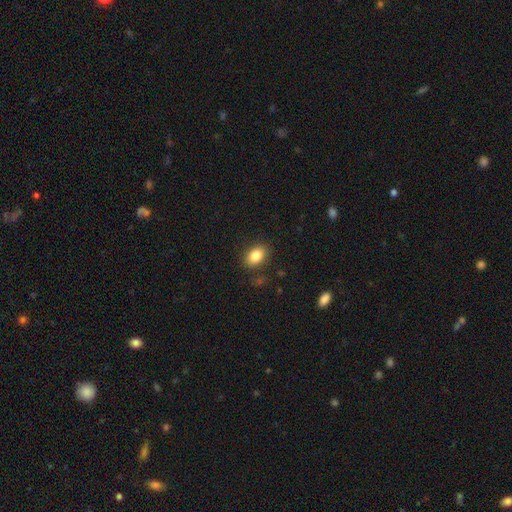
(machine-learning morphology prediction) smooth-or-featured: smooth: 85% | star or artifact: 9% | featured or disk: 7%
  how-rounded: in between: 81% | round: 18% | cigar-shaped: 1%
  merging: none: 85% | minor disturbance: 10% | major disturbance: 3% | merger: 2%